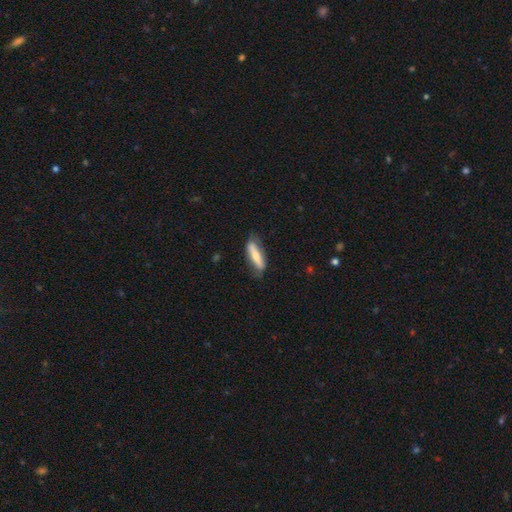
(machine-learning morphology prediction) The model was most divided on "smooth or featured": smooth: 56%, featured or disk: 39%, star or artifact: 5%. More confident: merging — none (72%); how rounded — cigar-shaped (60%).